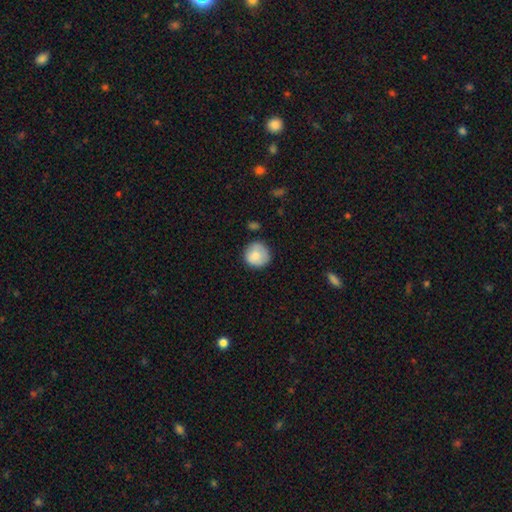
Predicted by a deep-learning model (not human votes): smooth-or-featured: smooth: 81% | featured or disk: 11% | star or artifact: 7%
  how-rounded: round: 93% | in between: 7% | cigar-shaped: 1%
  merging: none: 76% | minor disturbance: 17% | major disturbance: 4% | merger: 3%